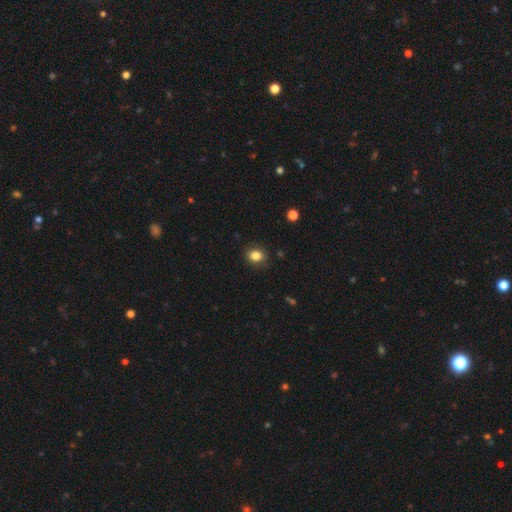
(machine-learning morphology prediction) Smooth or featured? smooth (84%)
How rounded? round (56%)
Merging? none (85%)